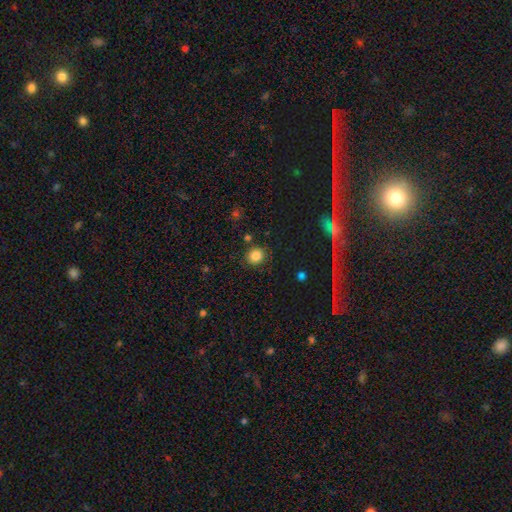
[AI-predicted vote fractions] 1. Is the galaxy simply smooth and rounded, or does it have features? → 82% smooth, 12% star or artifact, 5% featured or disk.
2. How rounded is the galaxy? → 87% round, 12% in between, 1% cigar-shaped.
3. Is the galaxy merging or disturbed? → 85% none, 9% minor disturbance, 3% merger, 3% major disturbance.